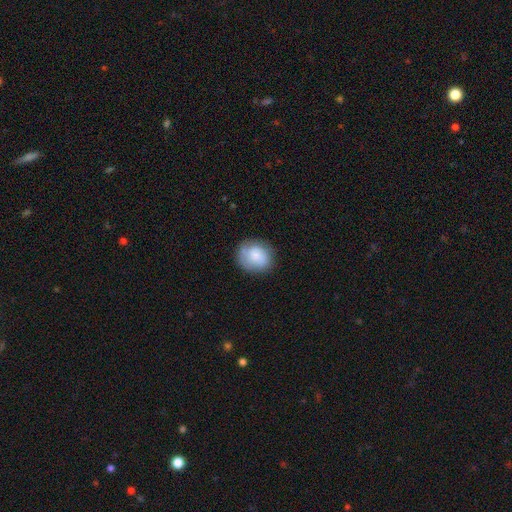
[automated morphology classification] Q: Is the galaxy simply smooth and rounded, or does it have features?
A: smooth — 63%.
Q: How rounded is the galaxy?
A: round — 72%.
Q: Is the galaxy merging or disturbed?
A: none — 73%.